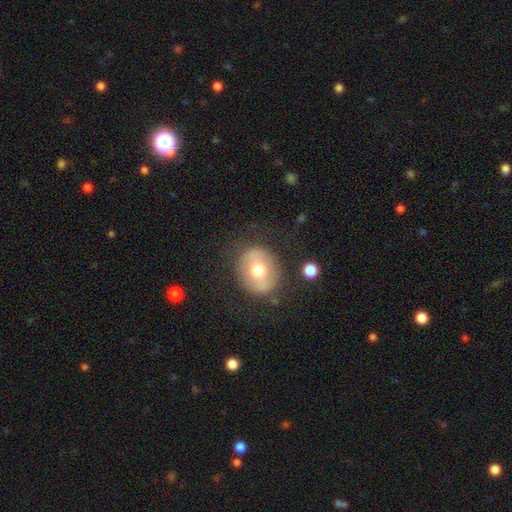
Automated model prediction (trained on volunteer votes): smooth_or_featured: featured or disk (p=0.46) [alt: smooth p=0.41]
merging: none (p=0.81) [alt: minor disturbance p=0.11]